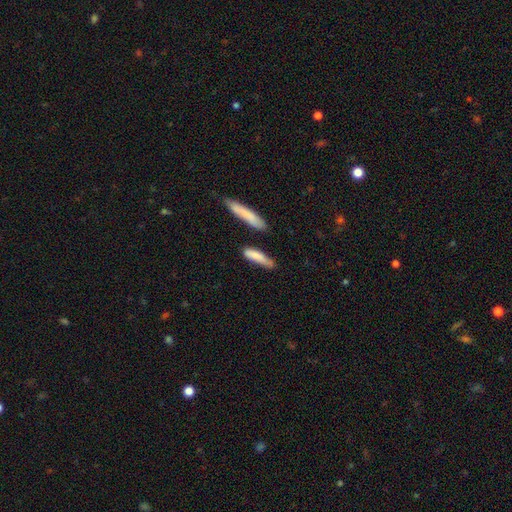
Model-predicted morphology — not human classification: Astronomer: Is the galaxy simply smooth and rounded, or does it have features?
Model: smooth — 78%.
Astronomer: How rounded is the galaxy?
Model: cigar-shaped — 76%.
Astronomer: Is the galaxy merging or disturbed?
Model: none — 61%.